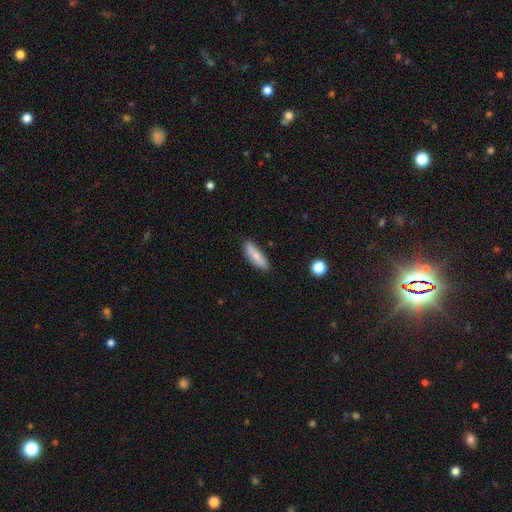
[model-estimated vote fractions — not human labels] Smooth or featured? smooth (77%)
How rounded? in between (50%)
Merging? none (81%)